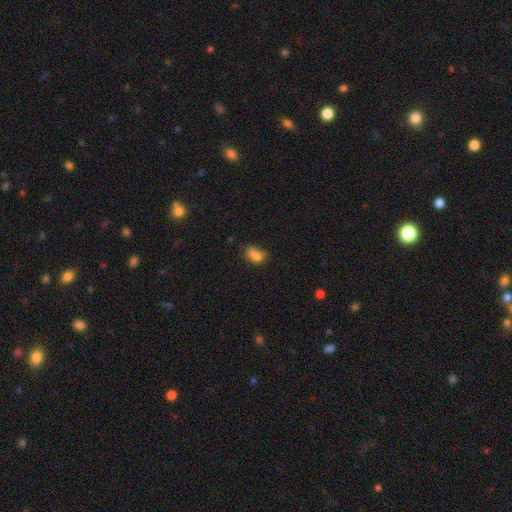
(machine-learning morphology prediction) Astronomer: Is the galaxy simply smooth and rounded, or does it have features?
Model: smooth — 73%.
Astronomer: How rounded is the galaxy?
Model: in between — 67%.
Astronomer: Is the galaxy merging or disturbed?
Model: none — 35% (runner-up: merger, 27%).